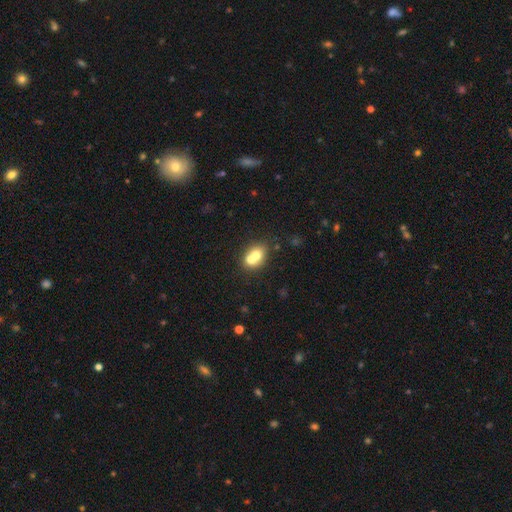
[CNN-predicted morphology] Smooth or featured?
  - smooth: 67% *
  - featured or disk: 23%
  - star or artifact: 10%
How rounded?
  - round: 53% *
  - in between: 46%
  - cigar-shaped: 1%
Merging?
  - merger: 61% *
  - none: 30%
  - minor disturbance: 7%
  - major disturbance: 3%